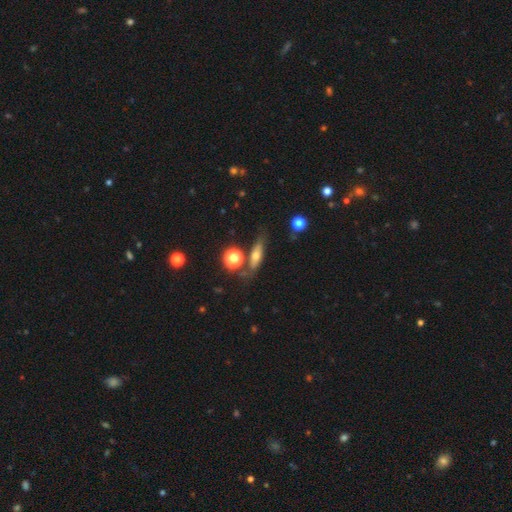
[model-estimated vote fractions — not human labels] This is possibly a smooth galaxy (49%). Merging: likely none (69%).